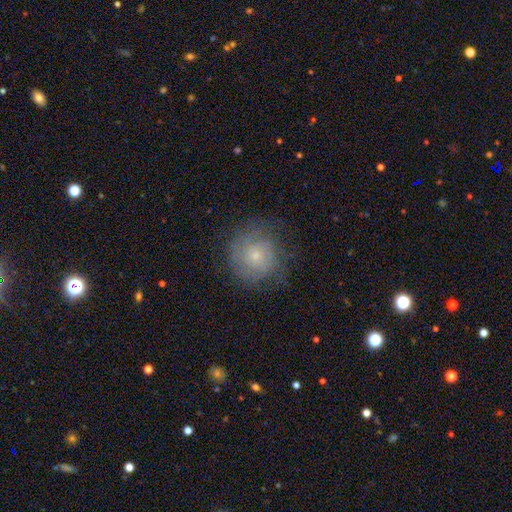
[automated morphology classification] smooth_or_featured: smooth (p=0.47) [alt: featured or disk p=0.44]
merging: none (p=0.71) [alt: minor disturbance p=0.18]